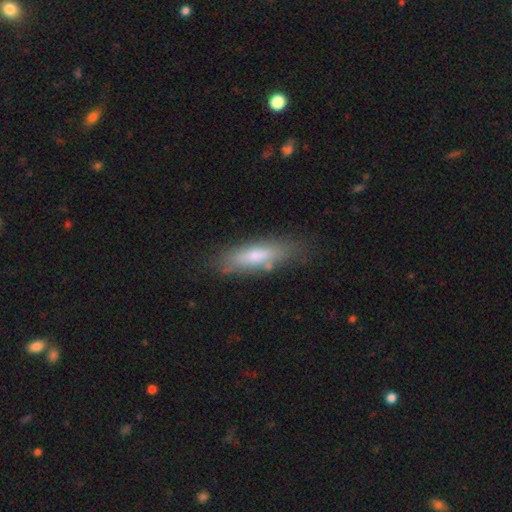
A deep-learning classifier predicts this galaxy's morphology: This is likely a smooth galaxy (63%). How rounded: possibly cigar-shaped (56%). Merging: likely none (74%).